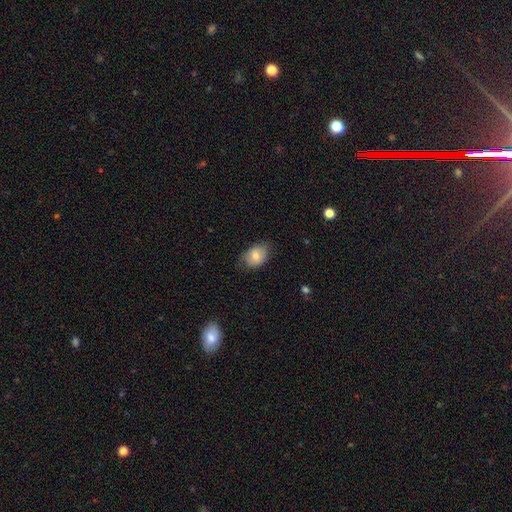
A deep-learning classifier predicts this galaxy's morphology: Smooth or featured?
  - smooth: 75% *
  - featured or disk: 17%
  - star or artifact: 8%
How rounded?
  - in between: 70% *
  - round: 29%
  - cigar-shaped: 1%
Merging?
  - none: 72% *
  - minor disturbance: 22%
  - major disturbance: 5%
  - merger: 1%